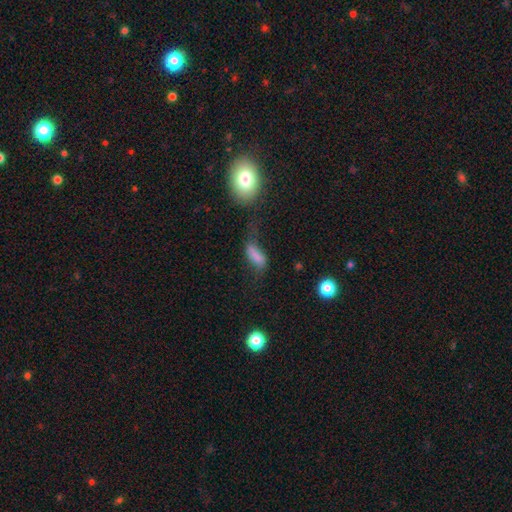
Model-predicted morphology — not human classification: The model was most divided on "merging": major disturbance: 34%, none: 30%, minor disturbance: 23%, merger: 14%. More confident: how rounded — in between (70%); smooth or featured — smooth (68%).